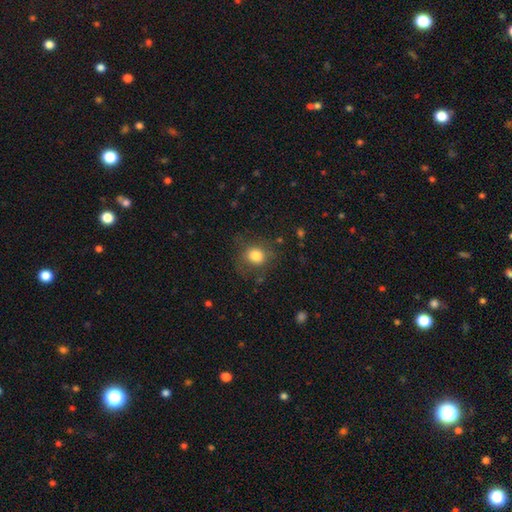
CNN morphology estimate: A smooth galaxy with no disk features (80%) that is round (74%). Merging: none (71%).